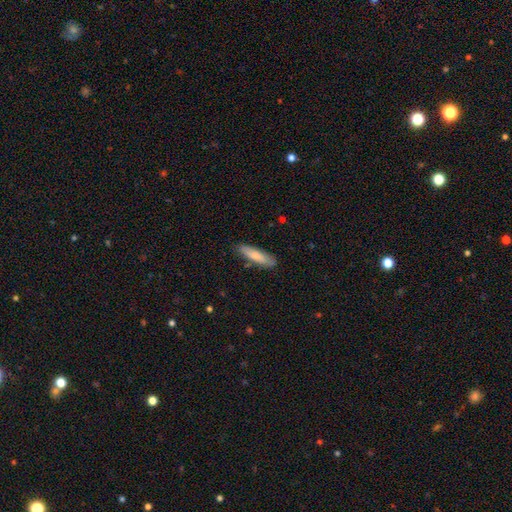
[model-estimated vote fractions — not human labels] Smooth or featured?
  - smooth: 78% *
  - featured or disk: 17%
  - star or artifact: 6%
How rounded?
  - cigar-shaped: 69% *
  - in between: 29%
  - round: 1%
Merging?
  - none: 83% *
  - minor disturbance: 13%
  - major disturbance: 2%
  - merger: 2%